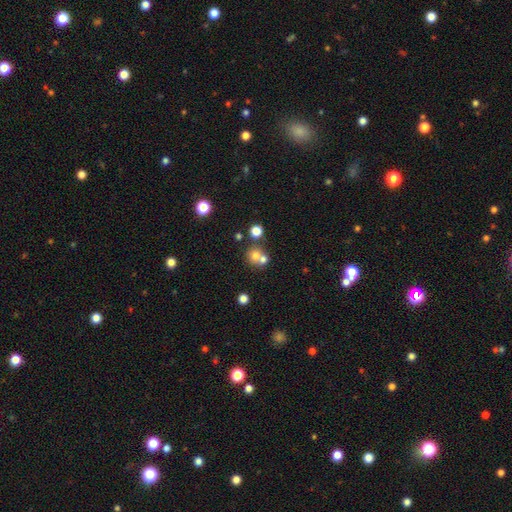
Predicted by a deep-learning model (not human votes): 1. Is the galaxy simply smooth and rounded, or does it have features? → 70% smooth, 15% star or artifact, 15% featured or disk.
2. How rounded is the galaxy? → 86% round, 13% in between, 1% cigar-shaped.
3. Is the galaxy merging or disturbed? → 46% none, 45% merger, 6% minor disturbance, 3% major disturbance.